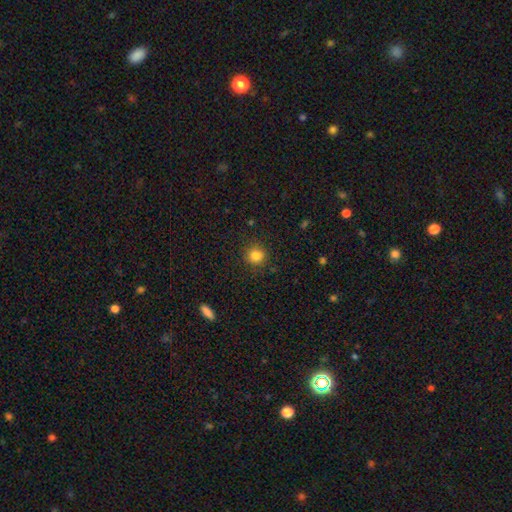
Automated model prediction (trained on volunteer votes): smooth-or-featured: smooth: 84% | star or artifact: 12% | featured or disk: 5%
  how-rounded: round: 85% | in between: 14% | cigar-shaped: 1%
  merging: none: 86% | minor disturbance: 10% | major disturbance: 3% | merger: 1%